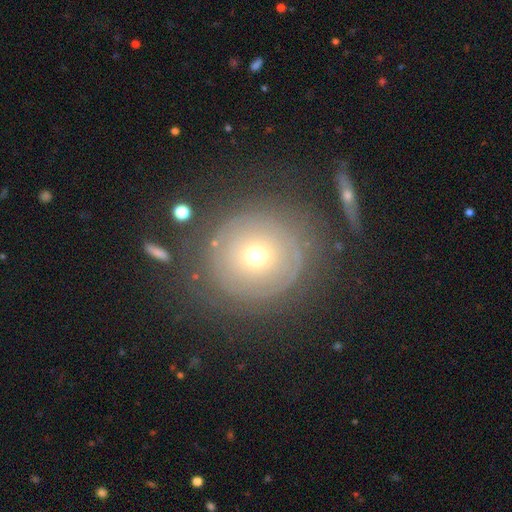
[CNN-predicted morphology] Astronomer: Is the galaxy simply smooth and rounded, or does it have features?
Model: featured or disk — 49% (runner-up: smooth, 39%).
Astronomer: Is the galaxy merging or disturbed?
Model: none — 77%.